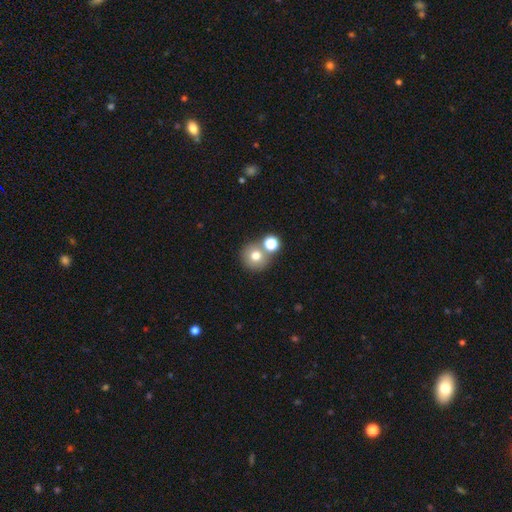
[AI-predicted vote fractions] smooth 74%, star or artifact 13%, featured or disk 13%. Down the decision tree: how rounded — round (90%); merging — none (60%).